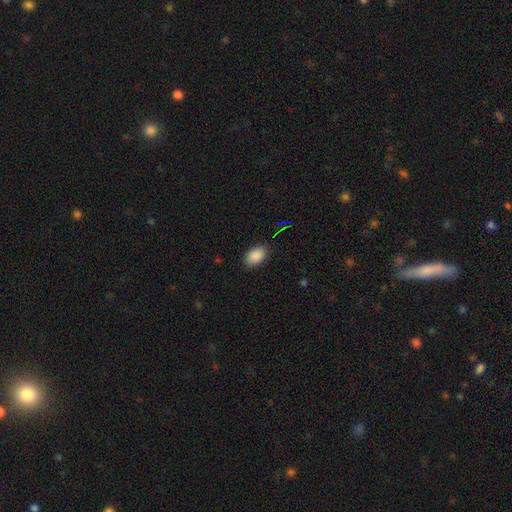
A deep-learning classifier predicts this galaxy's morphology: Smooth or featured? smooth (88%)
How rounded? in between (89%)
Merging? none (85%)